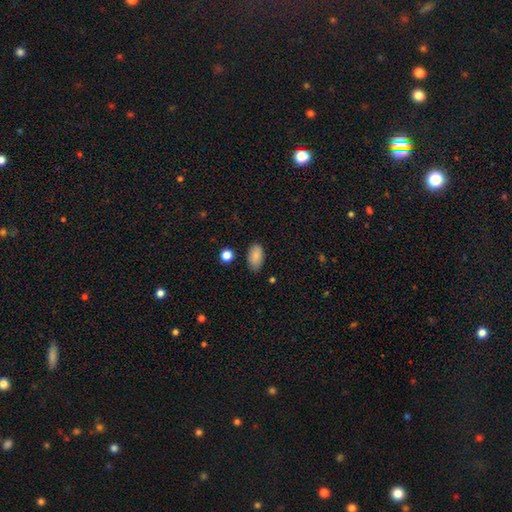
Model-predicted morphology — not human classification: A smooth galaxy with no disk features (88%) that is in between round and cigar-shaped (93%). Merging: none (79%).